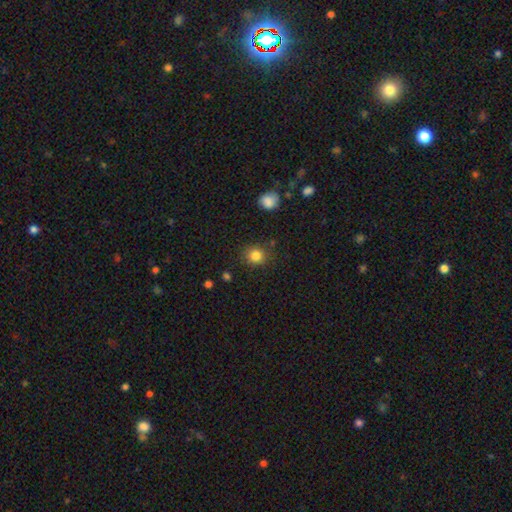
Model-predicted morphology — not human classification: smooth-or-featured: smooth: 84% | star or artifact: 11% | featured or disk: 5%
  how-rounded: round: 82% | in between: 17% | cigar-shaped: 1%
  merging: none: 84% | minor disturbance: 10% | major disturbance: 3% | merger: 2%